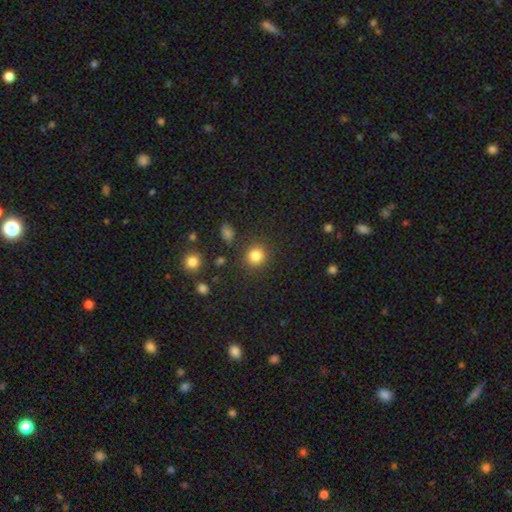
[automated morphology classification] A smooth galaxy with no disk features (83%) that is round (86%).

Vote fractions:
- Smooth or featured? smooth: 83% / star or artifact: 12% / featured or disk: 5%
- How rounded? round: 86% / in between: 13% / cigar-shaped: 1%
- Merging? none: 86% / minor disturbance: 8% / major disturbance: 3% / merger: 3%